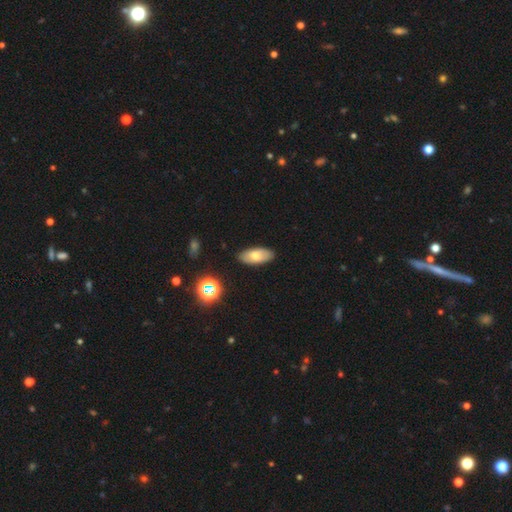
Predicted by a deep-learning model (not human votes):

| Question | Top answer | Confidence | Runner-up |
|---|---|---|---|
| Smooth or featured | smooth | 67% | featured or disk (25%) |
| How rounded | in between | 89% | cigar-shaped (8%) |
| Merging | none | 87% | minor disturbance (10%) |